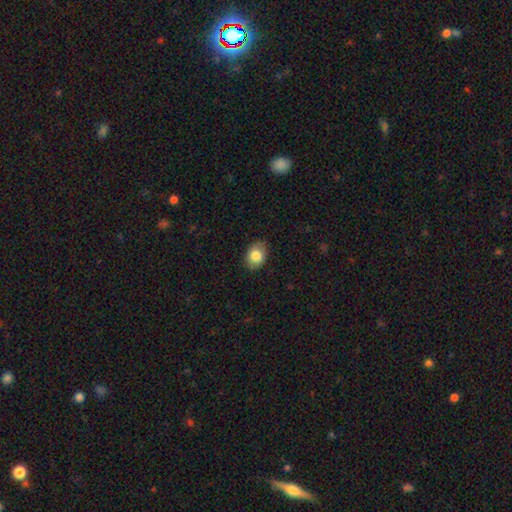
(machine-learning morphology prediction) type=smooth (81%); roundness=in between (74%); merging=none (83%).